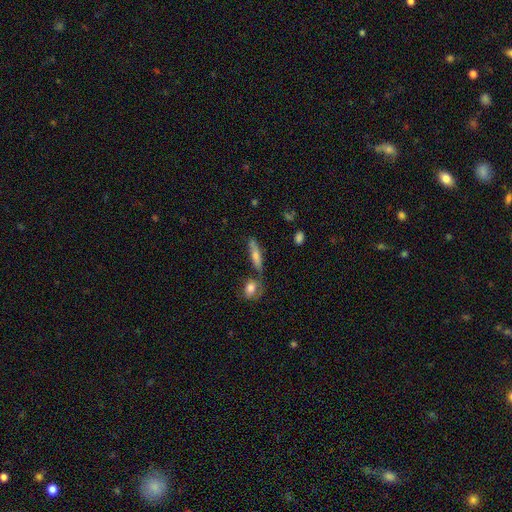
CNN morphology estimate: This is possibly a featured or disk galaxy (47%). Merging: likely none (67%).